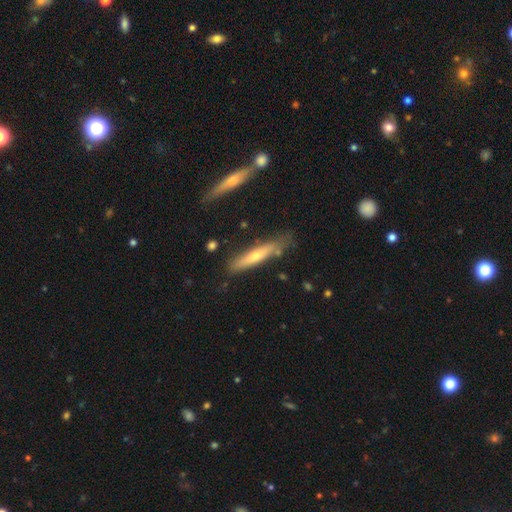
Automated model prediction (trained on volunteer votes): Smooth or featured: smooth — 47% (featured or disk — 46%)
Merging: none — 76% (minor disturbance — 16%)